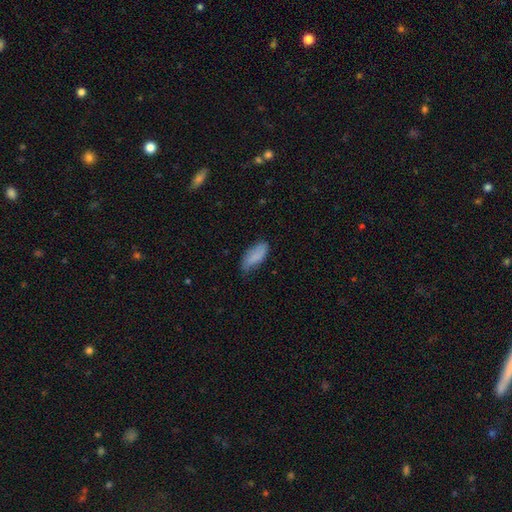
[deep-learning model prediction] This is clearly a smooth galaxy (84%). How rounded: likely in between (78%). Merging: likely none (65%).